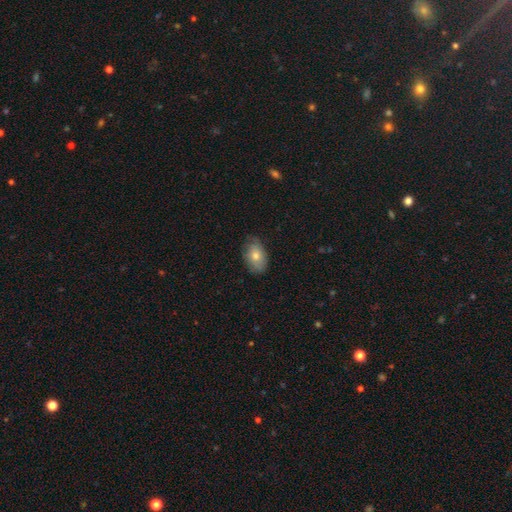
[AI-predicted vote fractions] Morphology: type=smooth (72%); roundness=in between (85%); merging=none (75%).